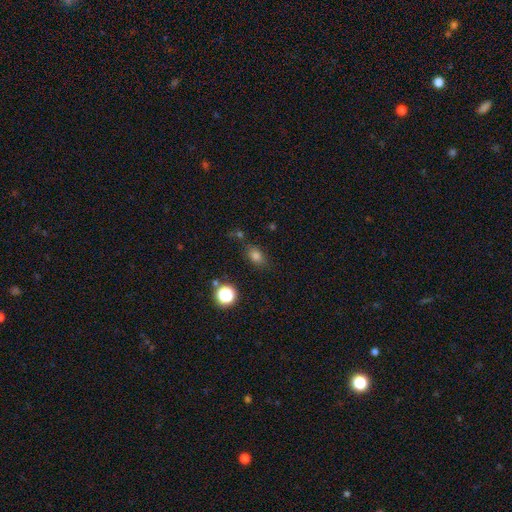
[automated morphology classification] This is likely a smooth galaxy (76%). How rounded: likely in between (71%). Merging: likely none (76%).